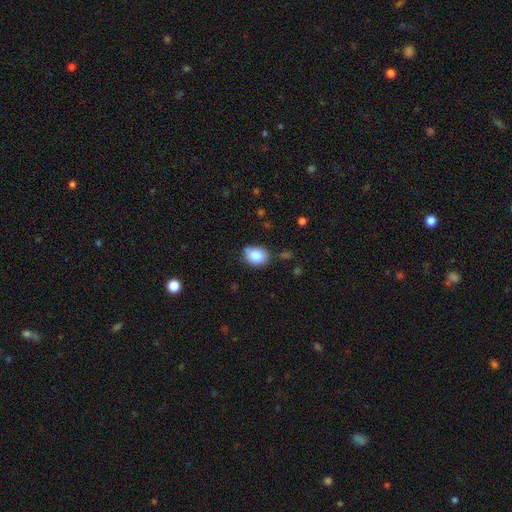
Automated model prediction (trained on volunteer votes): This is clearly a smooth galaxy (85%). How rounded: possibly in between (58%). Merging: likely none (63%).